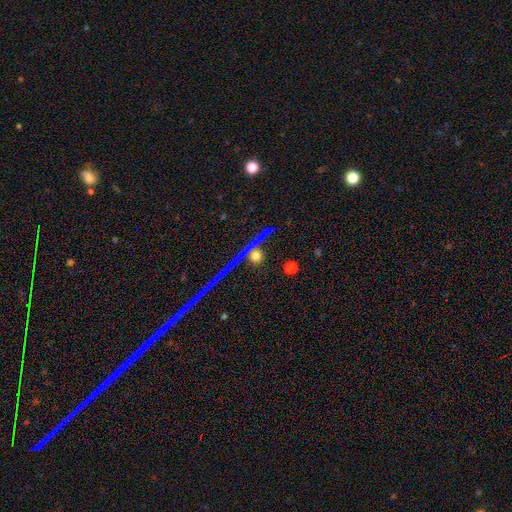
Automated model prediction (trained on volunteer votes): Q: Smooth or featured?
A: smooth (47%); runner-up: star or artifact (33%)
Q: Merging?
A: none (68%); runner-up: merger (11%)